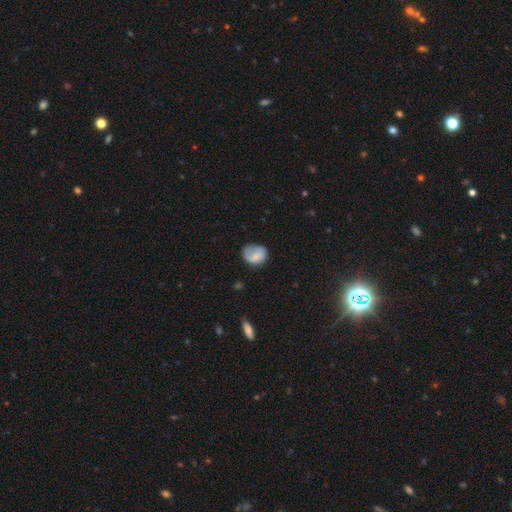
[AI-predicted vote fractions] Q: Smooth or featured?
A: smooth (75%); runner-up: featured or disk (17%)
Q: How rounded?
A: round (53%); runner-up: in between (46%)
Q: Merging?
A: none (55%); runner-up: minor disturbance (29%)